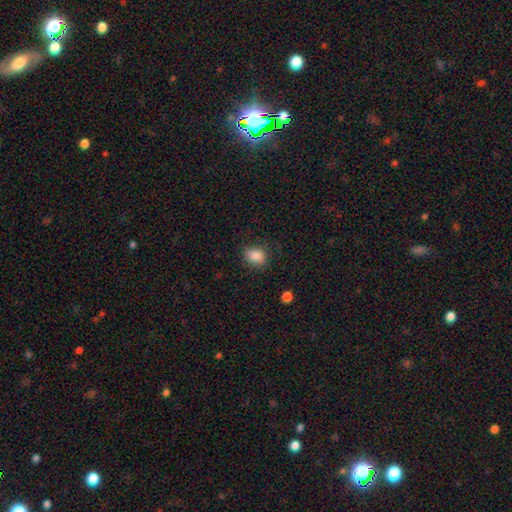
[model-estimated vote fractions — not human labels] A smooth galaxy with no disk features (85%) that is in between round and cigar-shaped (52%).

Vote fractions:
- Smooth or featured? smooth: 85% / star or artifact: 10% / featured or disk: 5%
- How rounded? in between: 52% / round: 47% / cigar-shaped: 1%
- Merging? none: 80% / minor disturbance: 15% / major disturbance: 4% / merger: 1%